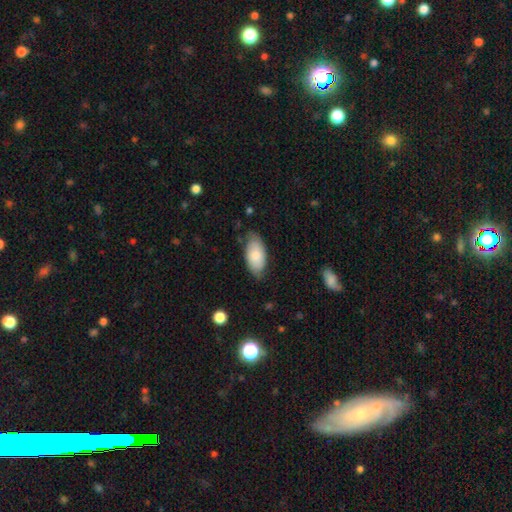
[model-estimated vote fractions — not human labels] Smooth or featured? Predicted: smooth (p=0.75). How rounded? Predicted: in between (p=0.95). Merging? Predicted: none (p=0.70).